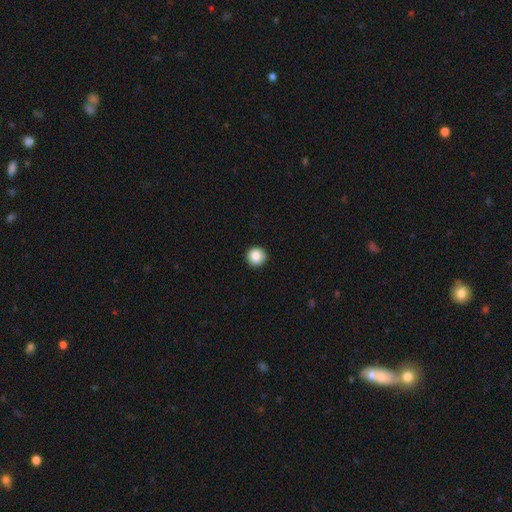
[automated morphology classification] Smooth or featured?
  - smooth: 84% *
  - star or artifact: 9%
  - featured or disk: 7%
How rounded?
  - round: 95% *
  - in between: 4%
  - cigar-shaped: 1%
Merging?
  - none: 93% *
  - minor disturbance: 5%
  - major disturbance: 1%
  - merger: 1%